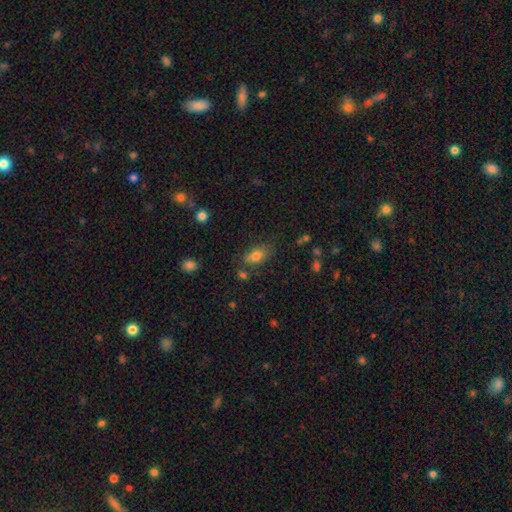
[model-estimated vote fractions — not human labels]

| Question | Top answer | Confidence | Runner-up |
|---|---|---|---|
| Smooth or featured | smooth | 77% | featured or disk (12%) |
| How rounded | in between | 84% | round (10%) |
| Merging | none | 61% | minor disturbance (23%) |